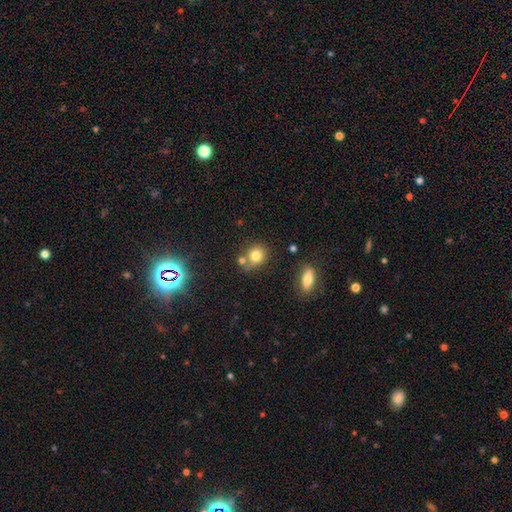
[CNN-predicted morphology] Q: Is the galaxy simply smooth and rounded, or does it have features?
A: smooth — 79%.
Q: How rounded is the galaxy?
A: round — 74%.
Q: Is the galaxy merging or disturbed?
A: none — 59%.